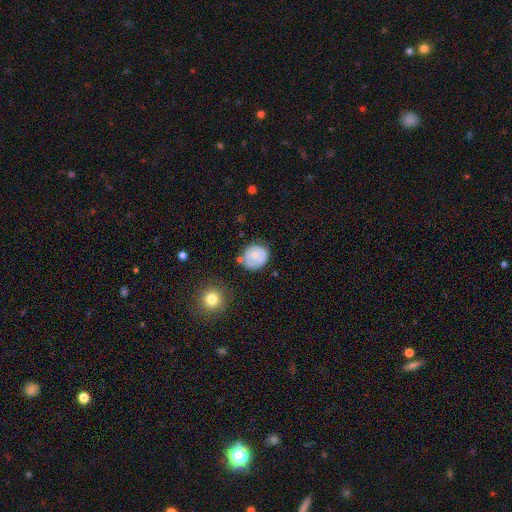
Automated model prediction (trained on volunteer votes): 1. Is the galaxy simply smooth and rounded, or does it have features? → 60% smooth, 33% featured or disk, 7% star or artifact.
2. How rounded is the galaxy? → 83% round, 16% in between, 1% cigar-shaped.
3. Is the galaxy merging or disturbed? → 69% none, 20% minor disturbance, 6% major disturbance, 5% merger.